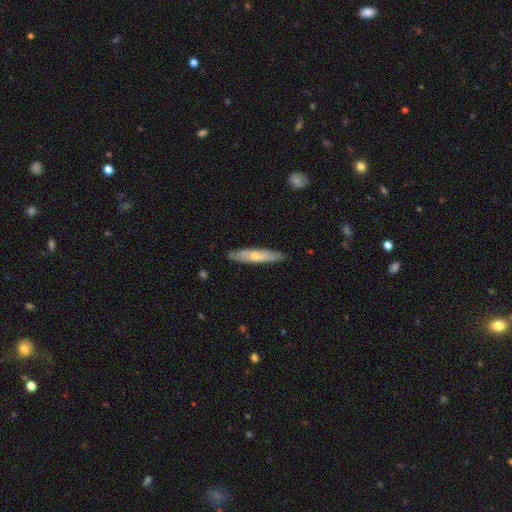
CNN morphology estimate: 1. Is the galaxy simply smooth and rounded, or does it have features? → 49% featured or disk, 45% smooth, 6% star or artifact.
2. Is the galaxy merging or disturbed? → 86% none, 11% minor disturbance, 2% major disturbance, 1% merger.